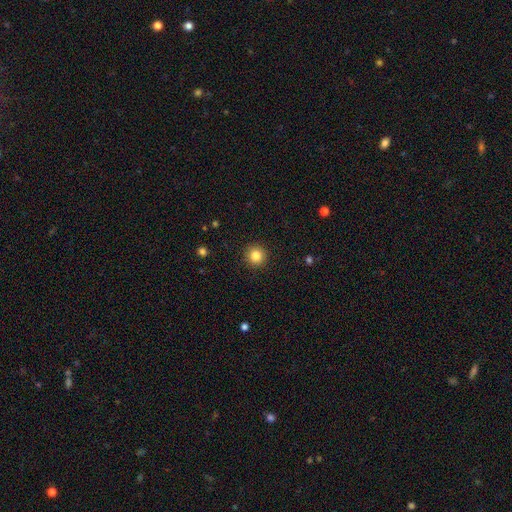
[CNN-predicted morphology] A smooth galaxy with no disk features (84%) that is round (95%). Merging: none (93%).